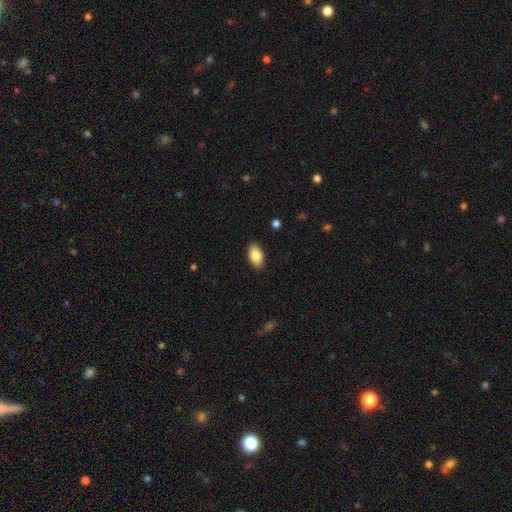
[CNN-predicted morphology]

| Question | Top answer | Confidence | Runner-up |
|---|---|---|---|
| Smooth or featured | smooth | 84% | featured or disk (9%) |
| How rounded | in between | 94% | round (4%) |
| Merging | none | 89% | minor disturbance (8%) |